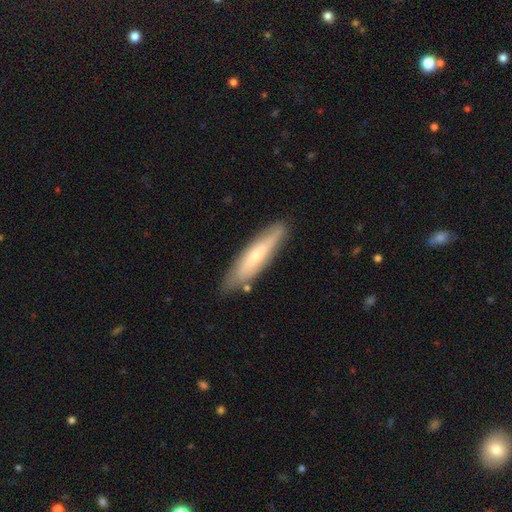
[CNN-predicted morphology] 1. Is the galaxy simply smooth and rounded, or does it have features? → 54% smooth, 40% featured or disk, 6% star or artifact.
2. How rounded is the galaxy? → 80% cigar-shaped, 19% in between, 1% round.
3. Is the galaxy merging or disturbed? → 80% none, 15% minor disturbance, 3% major disturbance, 2% merger.